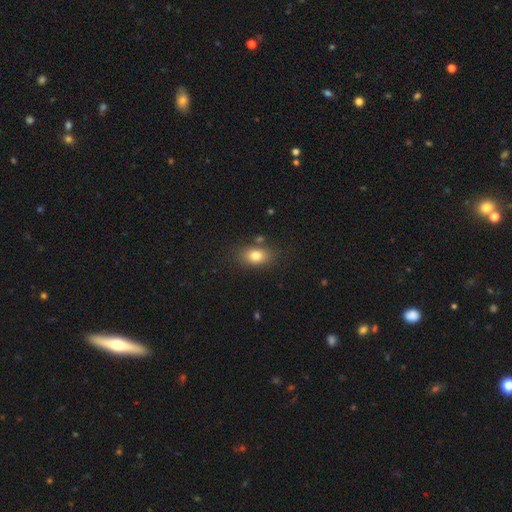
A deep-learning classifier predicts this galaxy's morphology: Smooth or featured?
  - smooth: 80% *
  - star or artifact: 10%
  - featured or disk: 10%
How rounded?
  - in between: 77% *
  - round: 21%
  - cigar-shaped: 2%
Merging?
  - none: 78% *
  - minor disturbance: 13%
  - merger: 5%
  - major disturbance: 4%